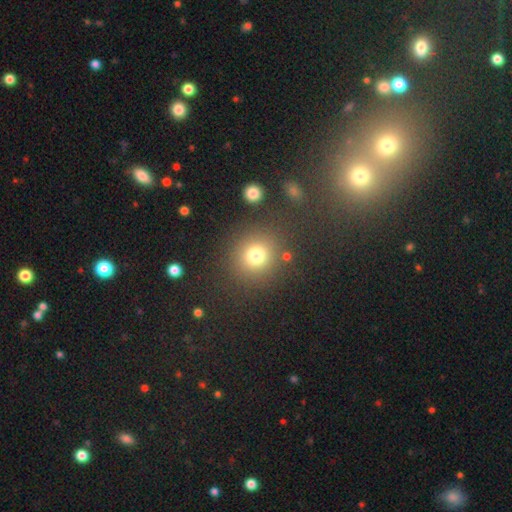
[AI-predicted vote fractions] smooth_or_featured: smooth (p=0.77) [alt: star or artifact p=0.16]
how_rounded: round (p=0.88) [alt: in between p=0.11]
merging: none (p=0.82) [alt: minor disturbance p=0.08]